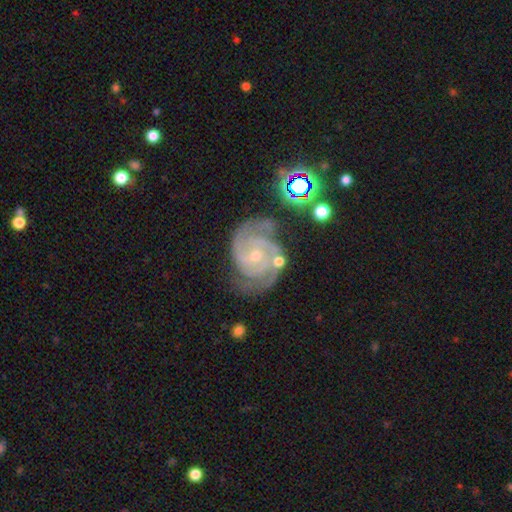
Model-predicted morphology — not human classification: smooth_or_featured: featured or disk (p=0.90) [alt: star or artifact p=0.06]
disk_edge_on: no (p=0.98) [alt: yes p=0.02]
bar: no (p=0.64) [alt: weak p=0.28]
has_spiral_arms: yes (p=0.98) [alt: no p=0.02]
spiral_winding: tight (p=0.63) [alt: medium p=0.32]
spiral_arm_count: 2 (p=0.37) [alt: 3 p=0.35]
bulge_size: small (p=0.66) [alt: moderate p=0.30]
merging: none (p=0.61) [alt: minor disturbance p=0.23]